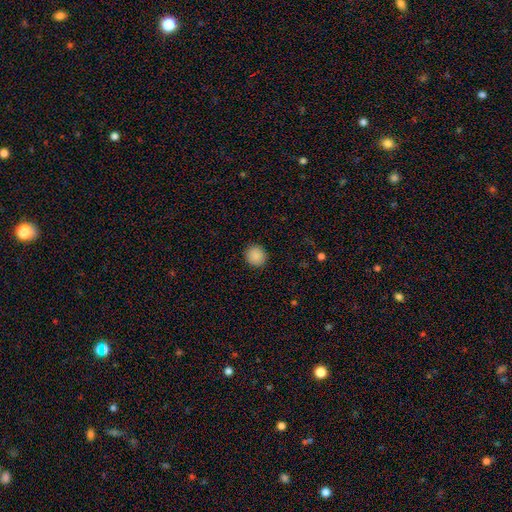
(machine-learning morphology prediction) Overall: smooth (89%). How rounded: round (90%). Merging: none (92%).